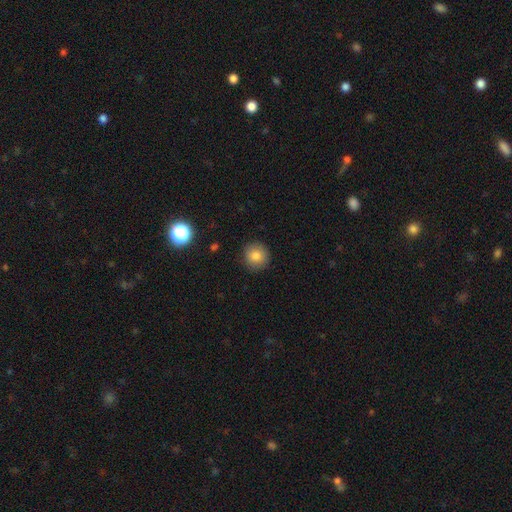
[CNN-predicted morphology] Overall: smooth (83%). How rounded: round (93%). Merging: none (88%).